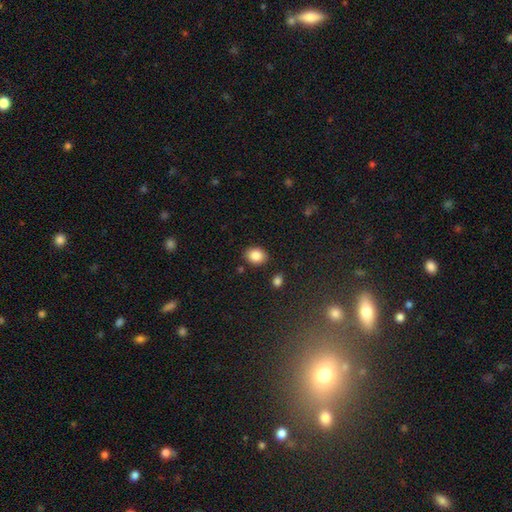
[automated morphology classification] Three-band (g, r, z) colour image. It shows a smooth galaxy with no disk features (86%) that is in between round and cigar-shaped (52%). Merging: none (86%).